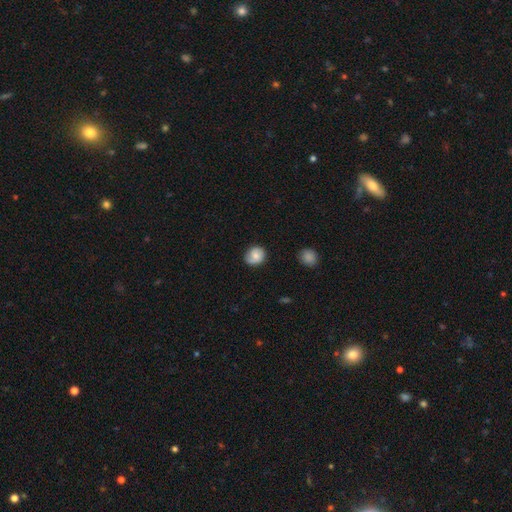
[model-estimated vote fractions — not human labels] Q: Smooth or featured?
A: smooth (72%); runner-up: featured or disk (20%)
Q: How rounded?
A: round (74%); runner-up: in between (25%)
Q: Merging?
A: none (71%); runner-up: minor disturbance (23%)